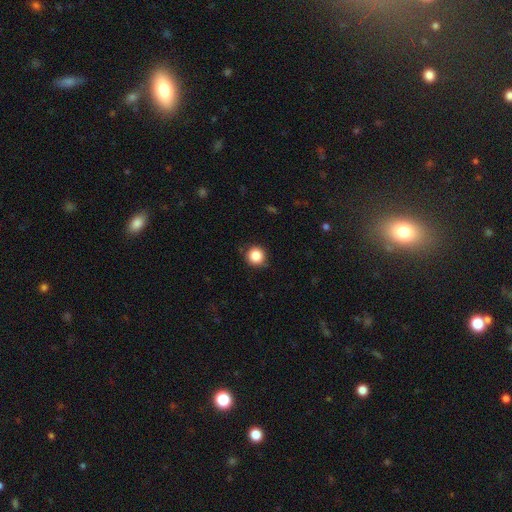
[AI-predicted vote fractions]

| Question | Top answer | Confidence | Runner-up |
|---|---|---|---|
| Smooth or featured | smooth | 85% | star or artifact (10%) |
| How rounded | round | 94% | in between (5%) |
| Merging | none | 84% | minor disturbance (12%) |